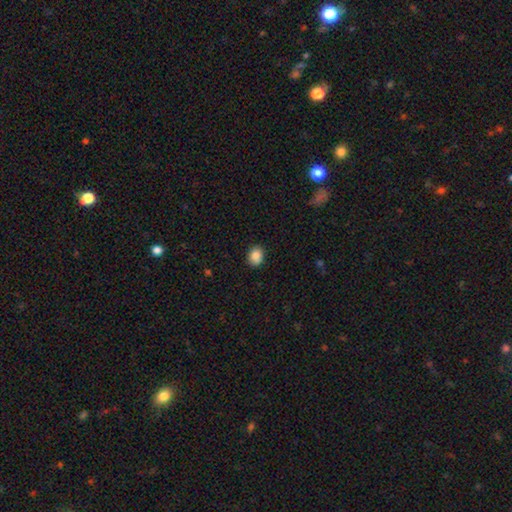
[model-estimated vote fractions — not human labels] This appears to be a smooth galaxy with no disk features (86%) that is in between round and cigar-shaped (52%). Merging: none (86%).